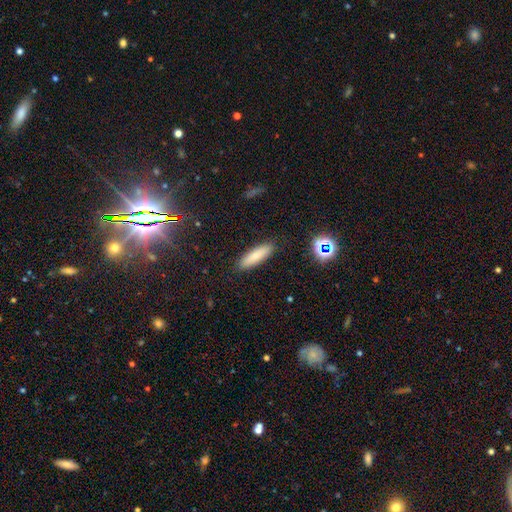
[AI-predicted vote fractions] Q: Smooth or featured?
A: smooth (80%); runner-up: featured or disk (11%)
Q: How rounded?
A: cigar-shaped (68%); runner-up: in between (30%)
Q: Merging?
A: none (89%); runner-up: minor disturbance (8%)